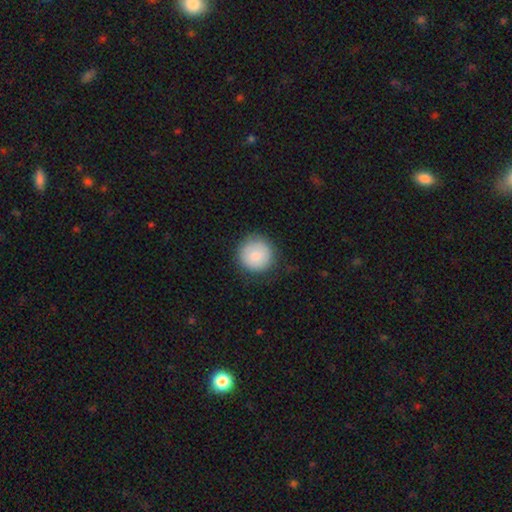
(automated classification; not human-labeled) smooth 81%, featured or disk 13%, star or artifact 7%. Down the decision tree: how rounded — round (95%); merging — none (84%).